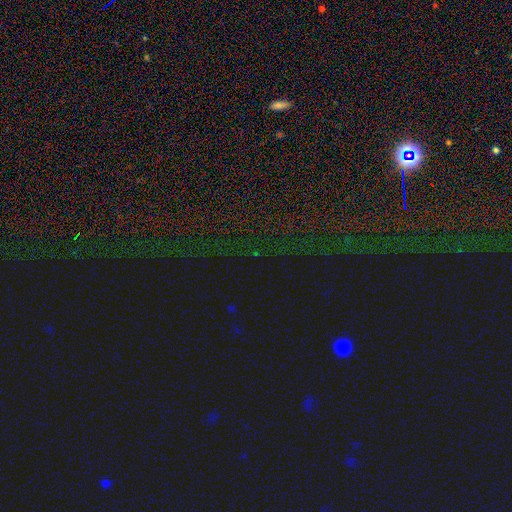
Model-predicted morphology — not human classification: This appears to be a star or artifact, not a galaxy (78%).